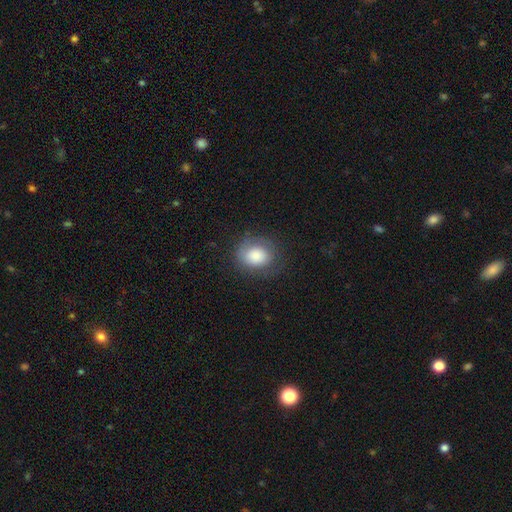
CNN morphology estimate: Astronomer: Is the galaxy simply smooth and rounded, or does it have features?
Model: smooth — 77%.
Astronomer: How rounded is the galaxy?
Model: round — 66%.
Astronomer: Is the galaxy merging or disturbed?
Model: none — 71%.